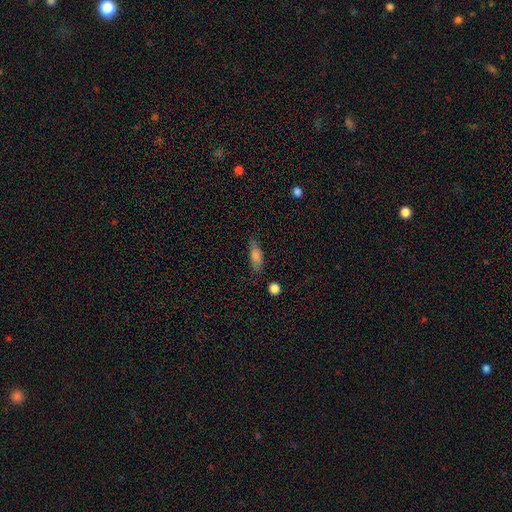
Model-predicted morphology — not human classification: The model was most divided on "how rounded": in between: 64%, cigar-shaped: 33%, round: 3%. More confident: smooth or featured — smooth (78%); merging — none (76%).